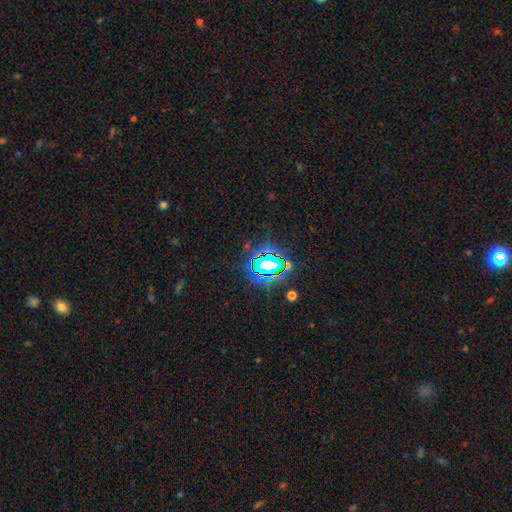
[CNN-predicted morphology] A star or artifact, not a galaxy (80%).

Vote fractions:
- Smooth or featured? star or artifact: 80% / smooth: 13% / featured or disk: 7%